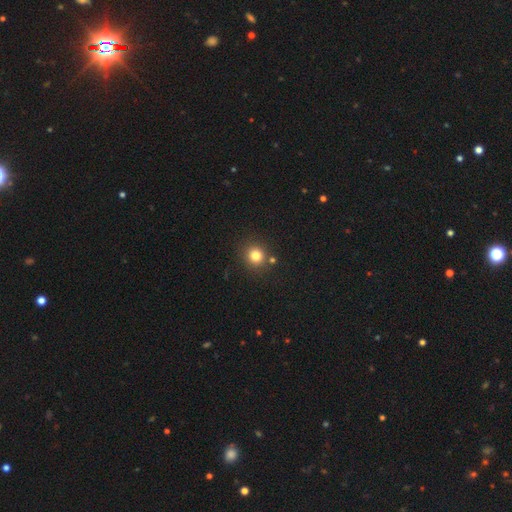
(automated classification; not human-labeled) Smooth or featured? Predicted: smooth (p=0.80). How rounded? Predicted: round (p=0.89). Merging? Predicted: none (p=0.83).